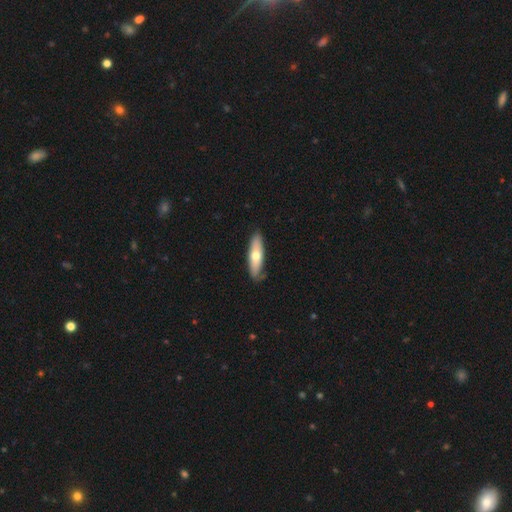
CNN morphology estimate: The model was most divided on "how rounded": cigar-shaped: 54%, in between: 44%, round: 2%. More confident: merging — none (80%); smooth or featured — smooth (59%).